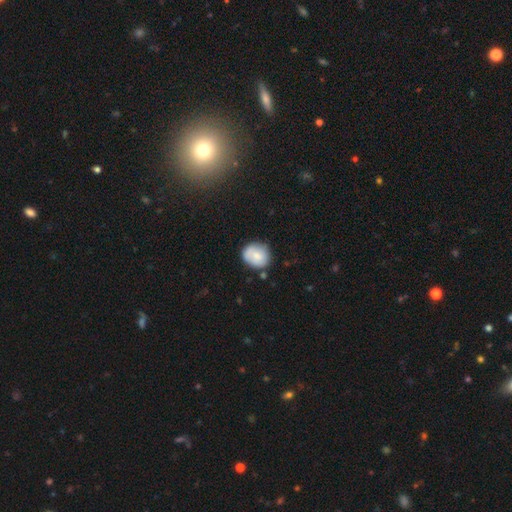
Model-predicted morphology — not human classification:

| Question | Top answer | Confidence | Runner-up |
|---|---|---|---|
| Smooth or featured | smooth | 76% | featured or disk (17%) |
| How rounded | round | 78% | in between (21%) |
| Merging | none | 67% | minor disturbance (22%) |